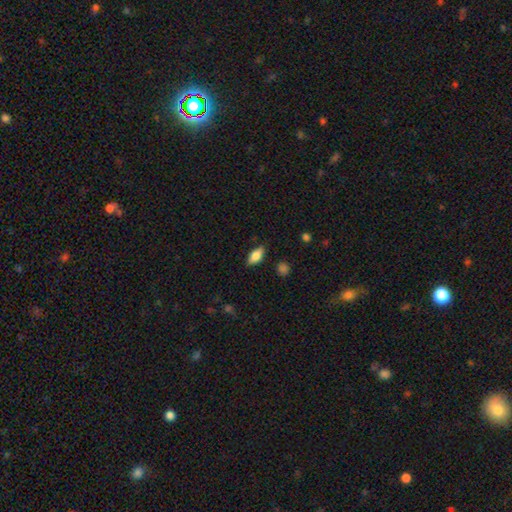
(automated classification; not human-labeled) Smooth or featured? Predicted: smooth (p=0.80). How rounded? Predicted: in between (p=0.87). Merging? Predicted: none (p=0.84).